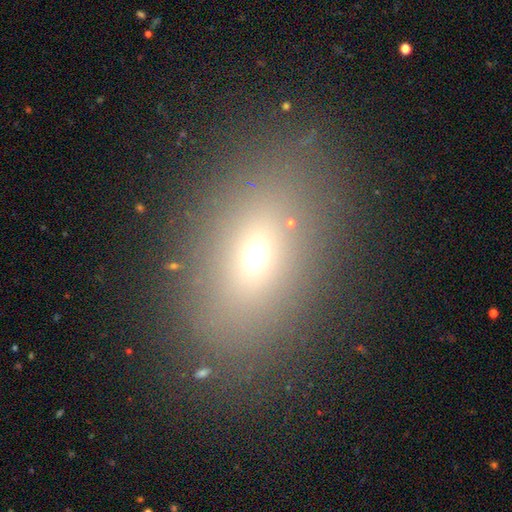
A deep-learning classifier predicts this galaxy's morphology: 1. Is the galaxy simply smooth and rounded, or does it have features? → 63% smooth, 20% star or artifact, 16% featured or disk.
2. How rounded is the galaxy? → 75% in between, 21% round, 3% cigar-shaped.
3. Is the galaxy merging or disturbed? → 82% none, 10% minor disturbance, 6% major disturbance, 2% merger.